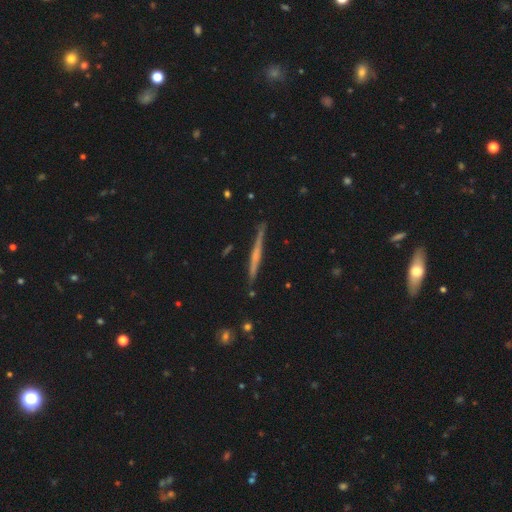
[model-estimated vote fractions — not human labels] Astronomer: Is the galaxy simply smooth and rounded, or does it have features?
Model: featured or disk — 64%.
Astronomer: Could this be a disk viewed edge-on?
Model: yes — 98%.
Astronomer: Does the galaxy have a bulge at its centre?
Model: none — 64%.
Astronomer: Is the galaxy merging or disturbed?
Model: none — 89%.